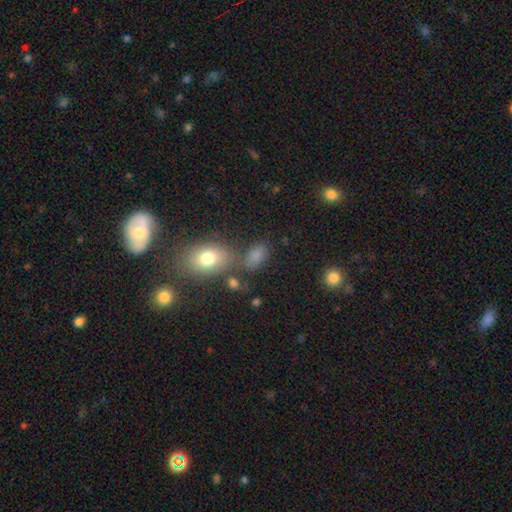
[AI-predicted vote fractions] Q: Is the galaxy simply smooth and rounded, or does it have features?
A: smooth — 76%.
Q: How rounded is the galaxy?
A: in between — 86%.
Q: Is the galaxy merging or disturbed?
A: none — 60%.